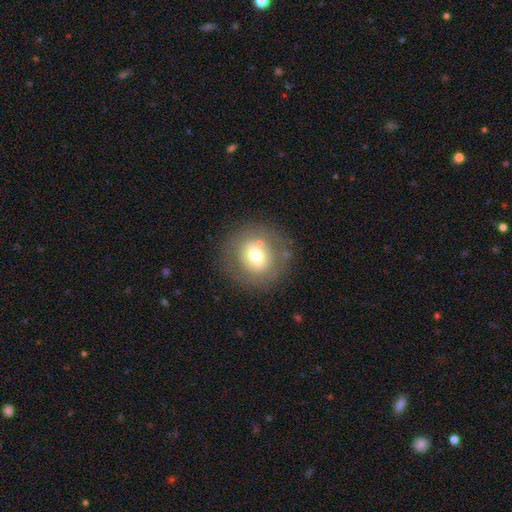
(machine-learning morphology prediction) The model was most divided on "smooth or featured": smooth: 63%, featured or disk: 27%, star or artifact: 10%. More confident: how rounded — round (88%); merging — none (80%).